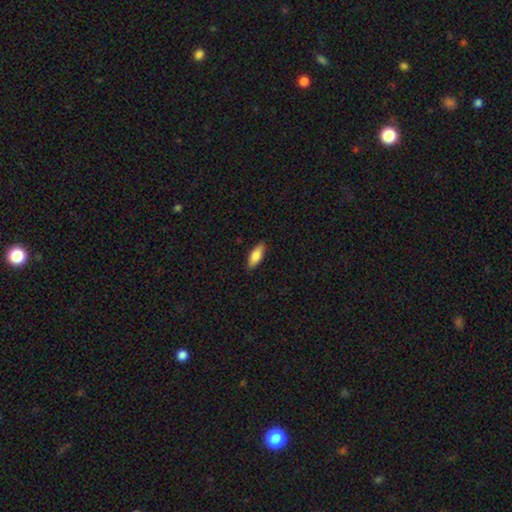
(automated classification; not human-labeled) A smooth galaxy with no disk features (81%) that is in between round and cigar-shaped (72%). Merging: none (88%).